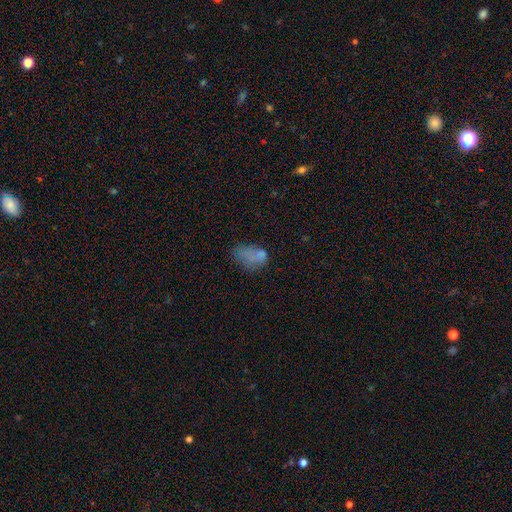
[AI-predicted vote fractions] smooth-or-featured: smooth: 66% | featured or disk: 19% | star or artifact: 14%
  how-rounded: in between: 88% | round: 10% | cigar-shaped: 2%
  merging: none: 35% | major disturbance: 29% | minor disturbance: 26% | merger: 10%